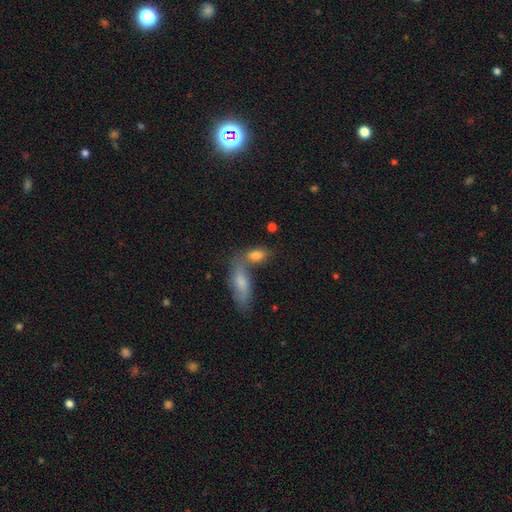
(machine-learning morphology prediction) Overall: smooth (76%). How rounded: in between (77%). Merging: none (47%; merger 37%).